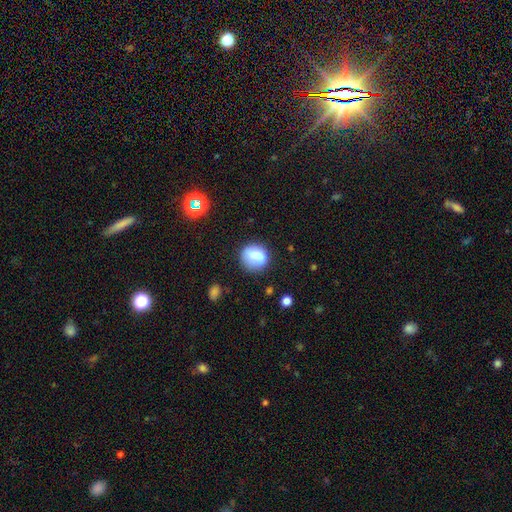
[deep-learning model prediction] smooth-or-featured: smooth: 76% | featured or disk: 15% | star or artifact: 9%
  how-rounded: round: 77% | in between: 21% | cigar-shaped: 1%
  merging: none: 70% | minor disturbance: 18% | major disturbance: 6% | merger: 5%